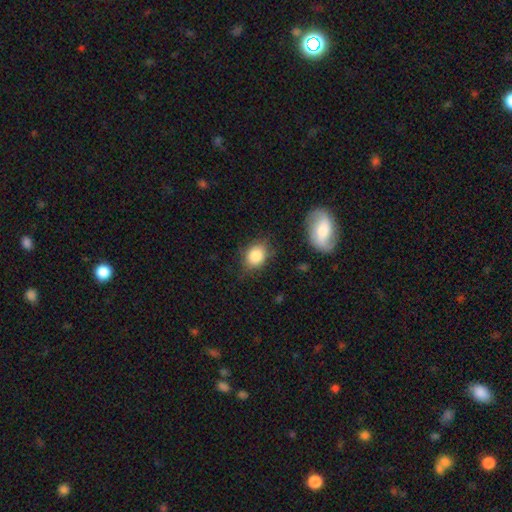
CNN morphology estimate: A smooth galaxy with no disk features (84%) that is in between round and cigar-shaped (57%). Merging: none (74%).